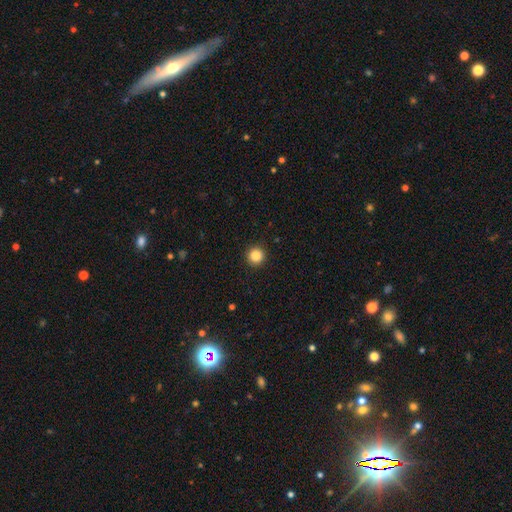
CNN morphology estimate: type=smooth (87%); roundness=round (95%); merging=none (92%).